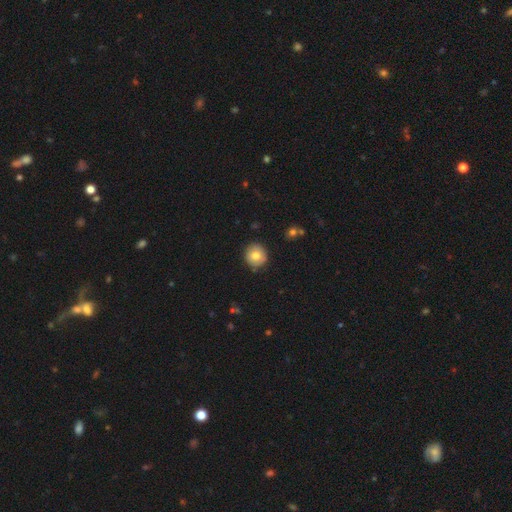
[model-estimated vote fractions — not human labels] Smooth or featured: smooth — 78% (featured or disk — 14%)
How rounded: round — 91% (in between — 8%)
Merging: none — 86% (minor disturbance — 11%)